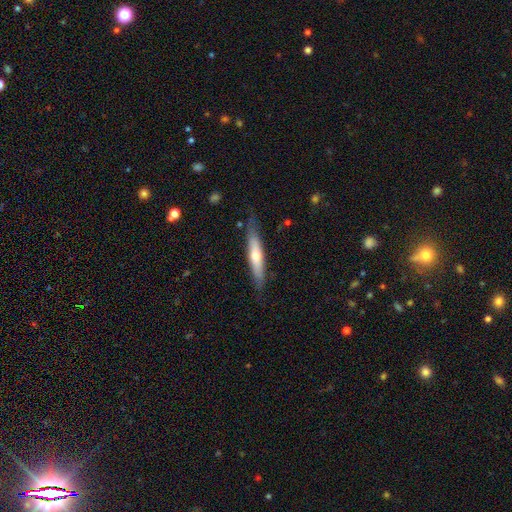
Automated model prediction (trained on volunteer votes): smooth-or-featured: smooth: 52% | featured or disk: 42% | star or artifact: 6%
  how-rounded: cigar-shaped: 85% | in between: 14% | round: 1%
  merging: none: 79% | minor disturbance: 16% | major disturbance: 3% | merger: 1%